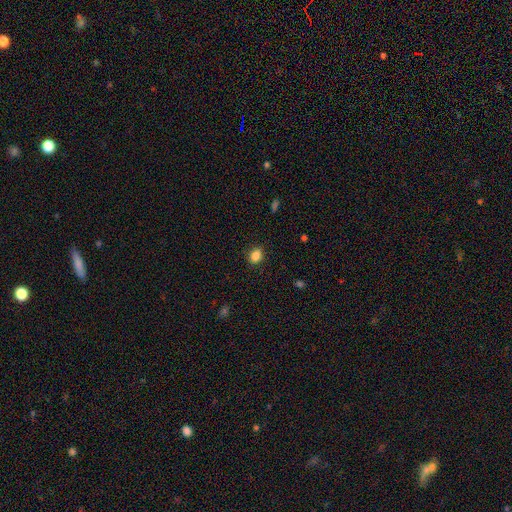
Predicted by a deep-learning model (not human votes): Smooth or featured? Predicted: smooth (p=0.86). How rounded? Predicted: in between (p=0.58). Merging? Predicted: none (p=0.88).